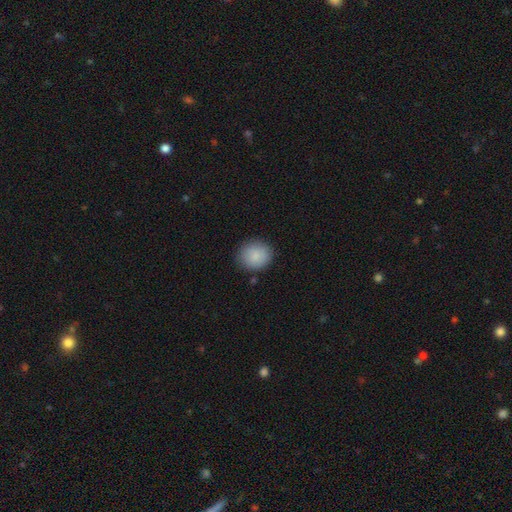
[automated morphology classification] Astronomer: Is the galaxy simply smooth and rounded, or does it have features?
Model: smooth — 87%.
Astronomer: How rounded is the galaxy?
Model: round — 82%.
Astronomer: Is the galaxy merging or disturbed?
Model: none — 87%.